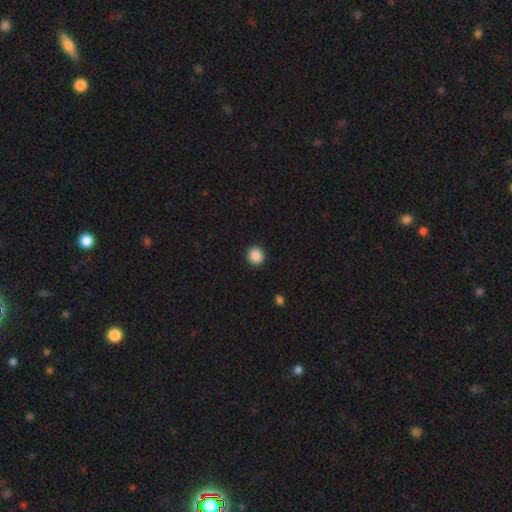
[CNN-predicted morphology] This appears to be a smooth galaxy with no disk features (88%) that is round (90%). Merging: none (92%).